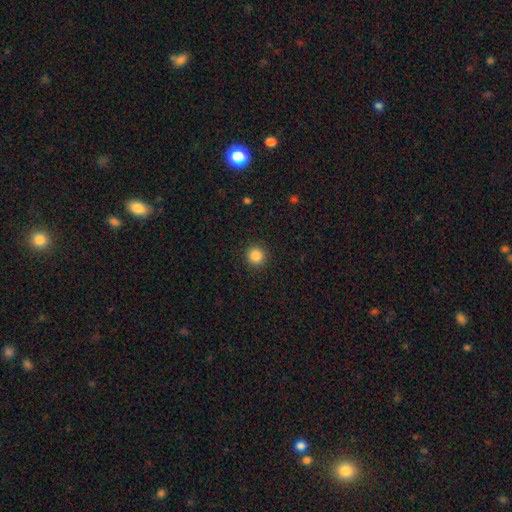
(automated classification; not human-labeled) Smooth or featured?
  - smooth: 86% *
  - star or artifact: 11%
  - featured or disk: 3%
How rounded?
  - round: 94% *
  - in between: 5%
  - cigar-shaped: 1%
Merging?
  - none: 92% *
  - minor disturbance: 5%
  - major disturbance: 2%
  - merger: 1%